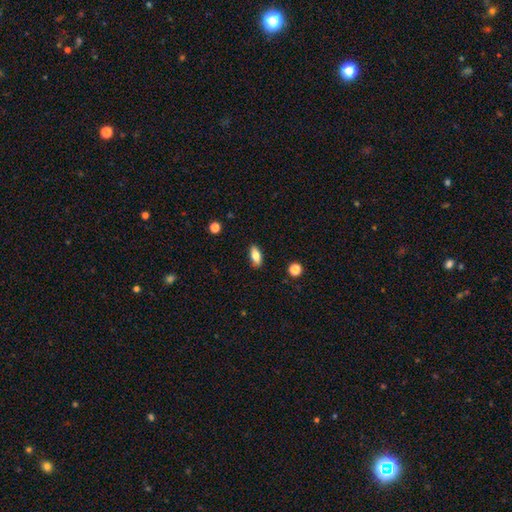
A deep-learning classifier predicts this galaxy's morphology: This is likely a smooth galaxy (76%). How rounded: likely in between (79%). Merging: clearly none (88%).